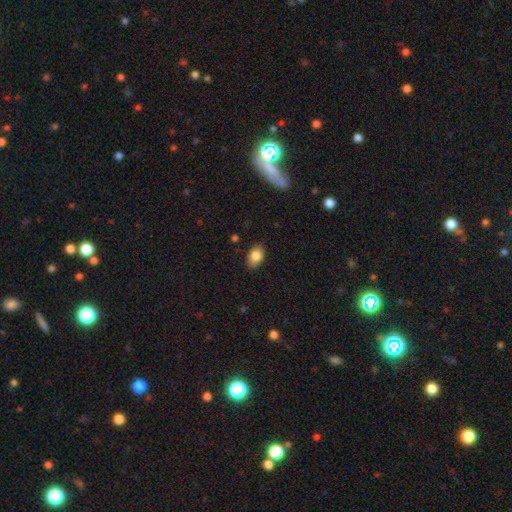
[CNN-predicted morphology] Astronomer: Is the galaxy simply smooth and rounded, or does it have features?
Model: smooth — 84%.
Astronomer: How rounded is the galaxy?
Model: in between — 84%.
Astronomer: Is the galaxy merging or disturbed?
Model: none — 82%.